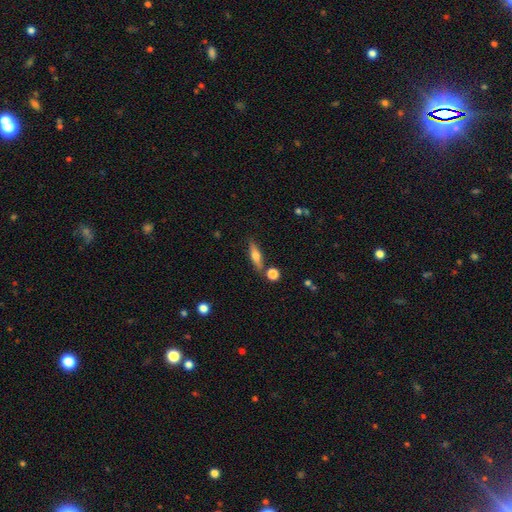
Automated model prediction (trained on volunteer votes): Overall: smooth (54%; featured or disk 38%). How rounded: cigar-shaped (61%; in between 35%). Merging: none (75%).